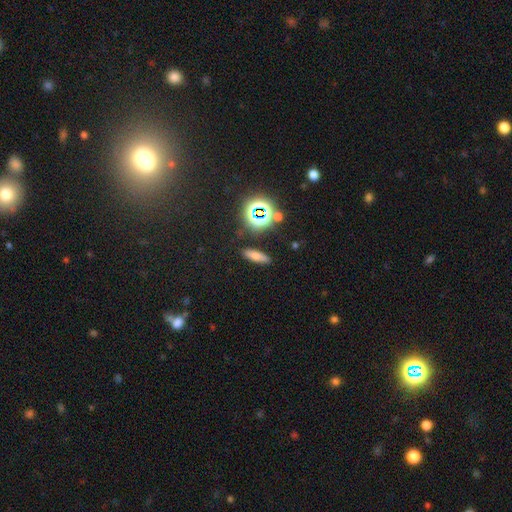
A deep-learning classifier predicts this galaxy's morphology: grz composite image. It shows a smooth galaxy with no disk features (65%) that is cigar-shaped (53%). Merging: none (86%).